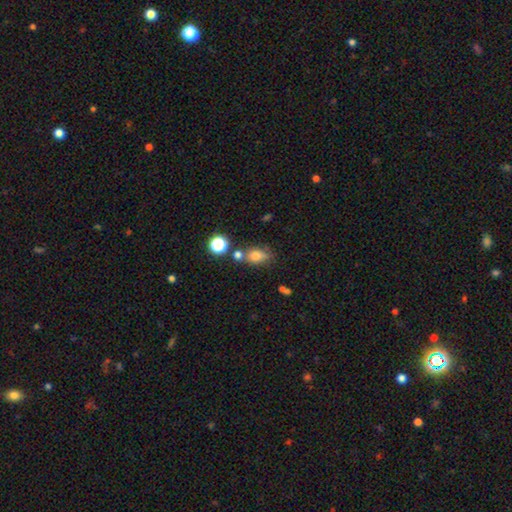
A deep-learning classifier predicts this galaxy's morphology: Smooth or featured? smooth (75%)
How rounded? in between (71%)
Merging? none (59%)